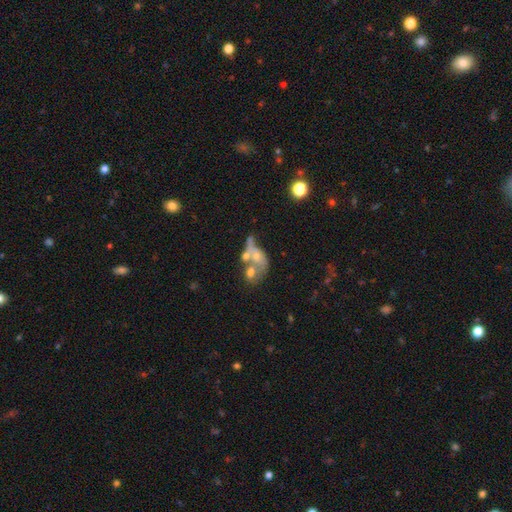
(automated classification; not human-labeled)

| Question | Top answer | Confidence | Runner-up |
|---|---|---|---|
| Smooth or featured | featured or disk | 52% | smooth (36%) |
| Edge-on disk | no | 95% | yes (5%) |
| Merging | merger | 54% | major disturbance (21%) |